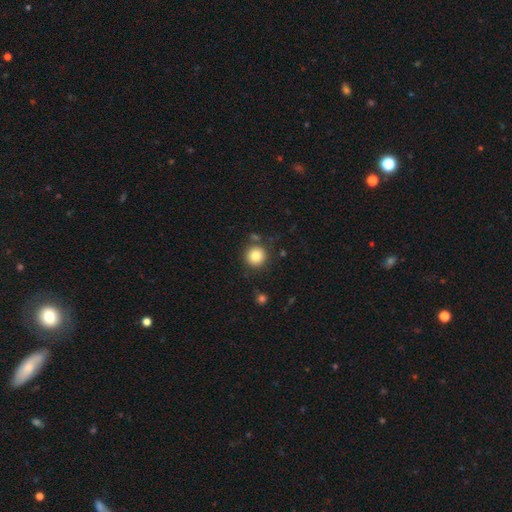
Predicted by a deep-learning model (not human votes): Smooth or featured? smooth (84%)
How rounded? round (94%)
Merging? none (83%)